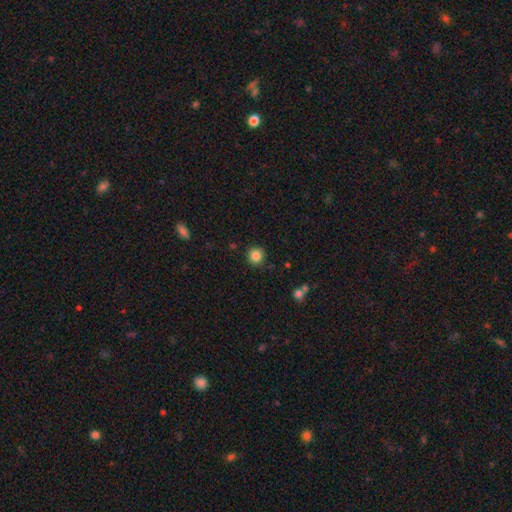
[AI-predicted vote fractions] This is clearly a smooth galaxy (85%). How rounded: clearly round (93%). Merging: clearly none (90%).